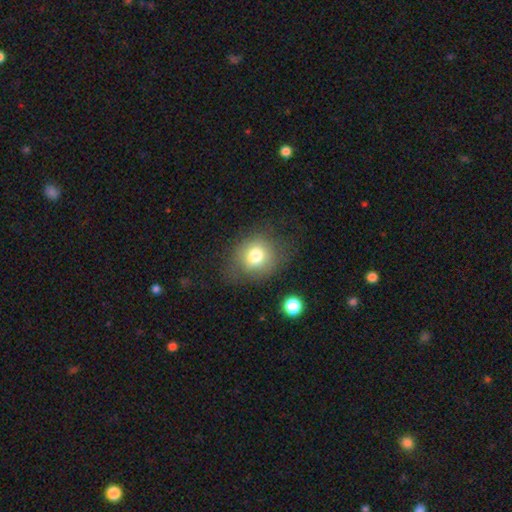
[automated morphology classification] type=smooth (74%); roundness=round (74%); merging=none (65%).